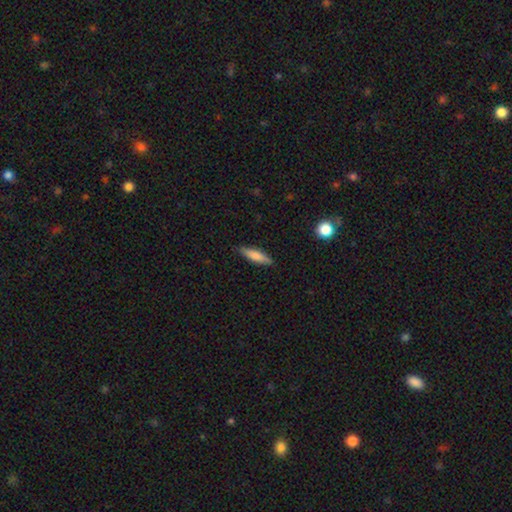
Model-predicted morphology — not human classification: Overall: smooth (74%). How rounded: cigar-shaped (74%). Merging: none (86%).